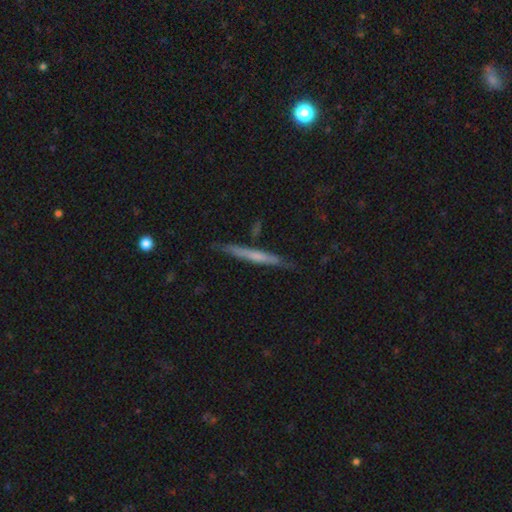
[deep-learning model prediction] The model was most divided on "smooth or featured": featured or disk: 49%, smooth: 45%, star or artifact: 6%. More confident: merging — none (83%).